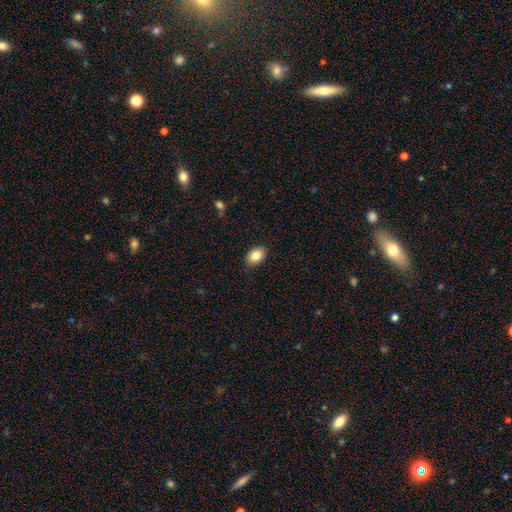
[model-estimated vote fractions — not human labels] A smooth galaxy with no disk features (84%) that is in between round and cigar-shaped (83%). Merging: none (86%).